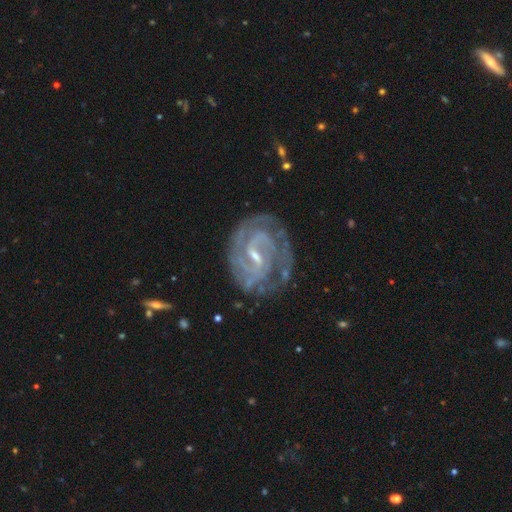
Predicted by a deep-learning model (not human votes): A featured or disk galaxy (89%) with a weak bar (52%), 2 (51%) tight (61%) spiral arms (97%) and a small central bulge (65%). Merging: none (72%).